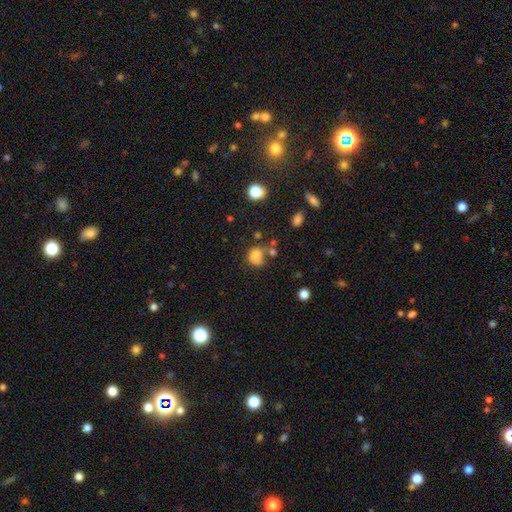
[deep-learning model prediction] This appears to be a smooth galaxy with no disk features (78%) that is round (65%). Merging: none (46%).